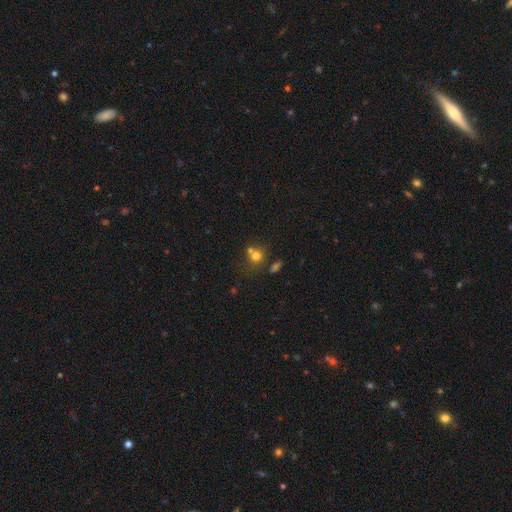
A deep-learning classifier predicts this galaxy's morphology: smooth 71%, star or artifact 17%, featured or disk 12%. Down the decision tree: how rounded — round (80%); merging — none (49%).